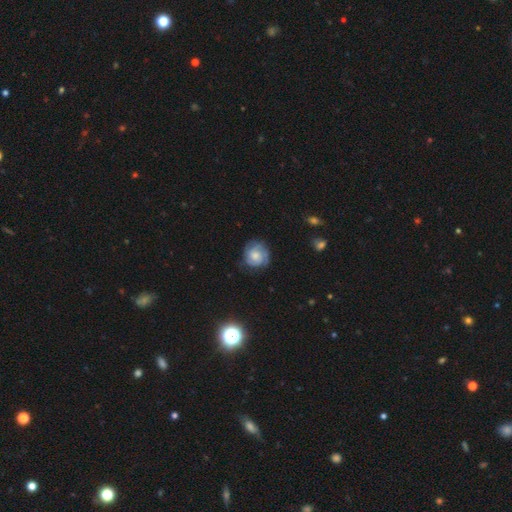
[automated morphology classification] The model was most divided on "smooth or featured": featured or disk: 46%, smooth: 45%, star or artifact: 9%. More confident: merging — none (71%).